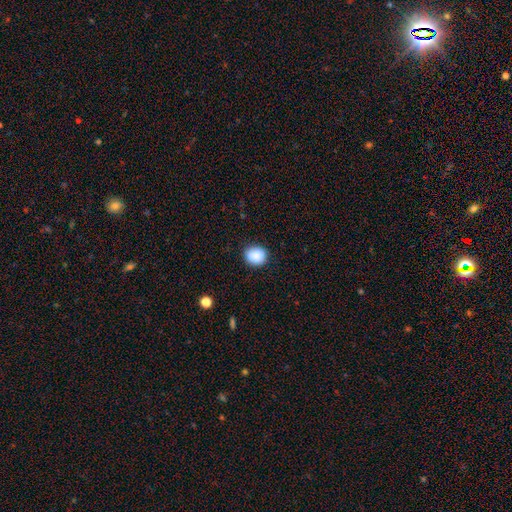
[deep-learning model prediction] Overall: smooth (89%). How rounded: round (71%). Merging: none (87%).